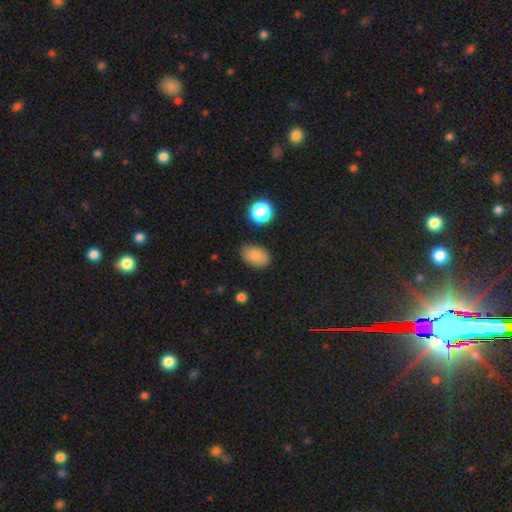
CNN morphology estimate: smooth 85%, star or artifact 9%, featured or disk 6%. Down the decision tree: how rounded — in between (85%); merging — none (83%).